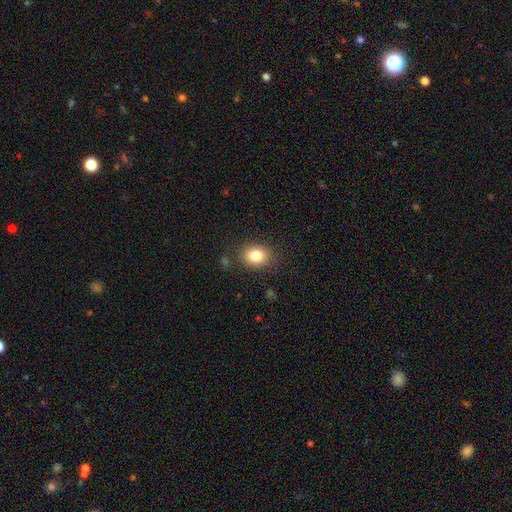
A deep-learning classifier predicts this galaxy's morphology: smooth_or_featured: smooth (p=0.83) [alt: star or artifact p=0.10]
how_rounded: in between (p=0.55) [alt: round p=0.44]
merging: none (p=0.83) [alt: minor disturbance p=0.11]